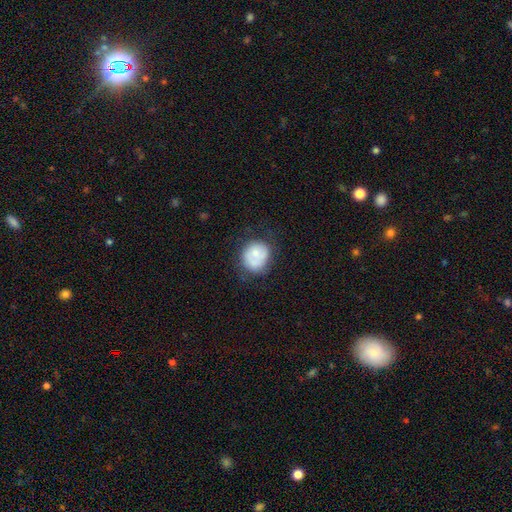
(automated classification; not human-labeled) Smooth or featured? Predicted: smooth (p=0.68). How rounded? Predicted: round (p=0.78). Merging? Predicted: none (p=0.62).